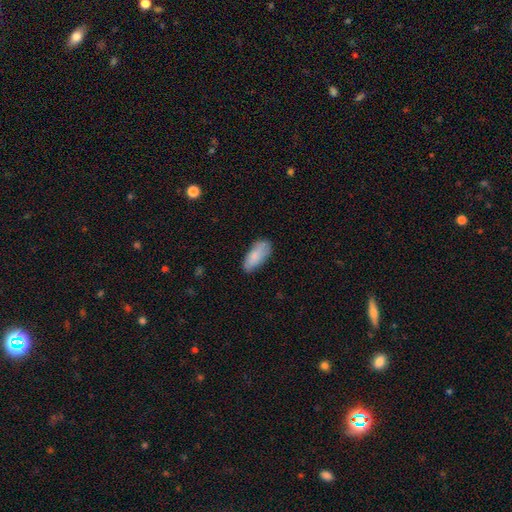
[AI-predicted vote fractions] Smooth or featured: smooth — 84% (featured or disk — 10%)
How rounded: in between — 85% (cigar-shaped — 12%)
Merging: none — 76% (minor disturbance — 19%)